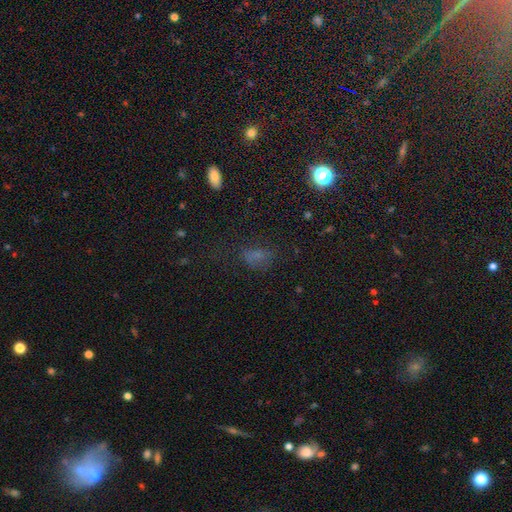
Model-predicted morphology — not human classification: type=smooth (59%); roundness=in between (77%); merging=none (57%).